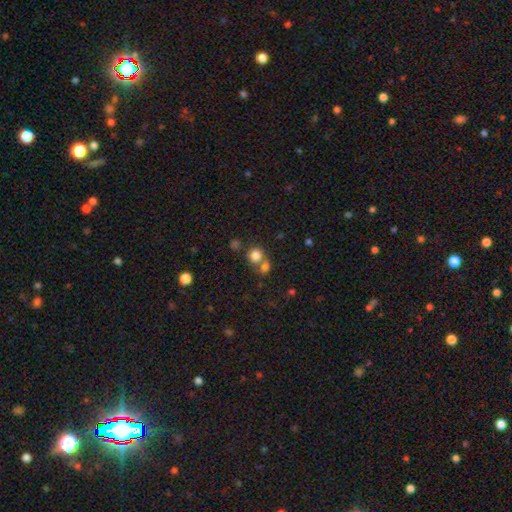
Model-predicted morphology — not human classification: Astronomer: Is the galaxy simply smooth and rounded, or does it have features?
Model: smooth — 80%.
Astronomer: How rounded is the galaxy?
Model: round — 85%.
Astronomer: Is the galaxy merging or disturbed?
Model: none — 52% (runner-up: merger, 38%).